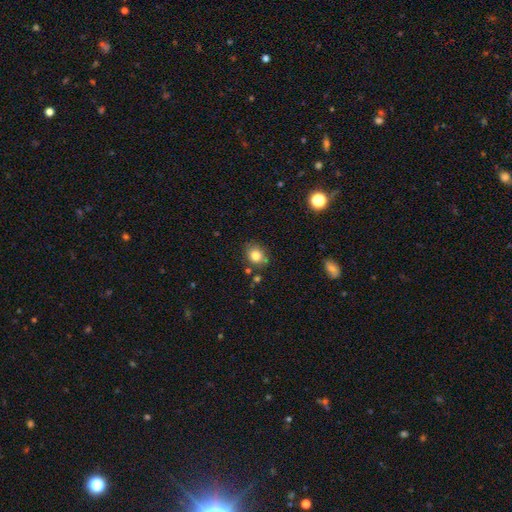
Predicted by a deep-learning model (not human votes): Smooth or featured: smooth — 81% (star or artifact — 11%)
How rounded: round — 58% (in between — 41%)
Merging: none — 75% (minor disturbance — 16%)